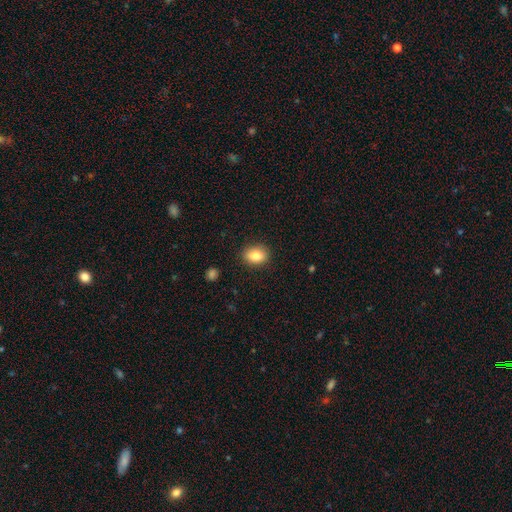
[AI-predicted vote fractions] smooth-or-featured: smooth: 83% | featured or disk: 9% | star or artifact: 9%
  how-rounded: in between: 67% | round: 31% | cigar-shaped: 1%
  merging: none: 88% | minor disturbance: 9% | major disturbance: 2% | merger: 1%